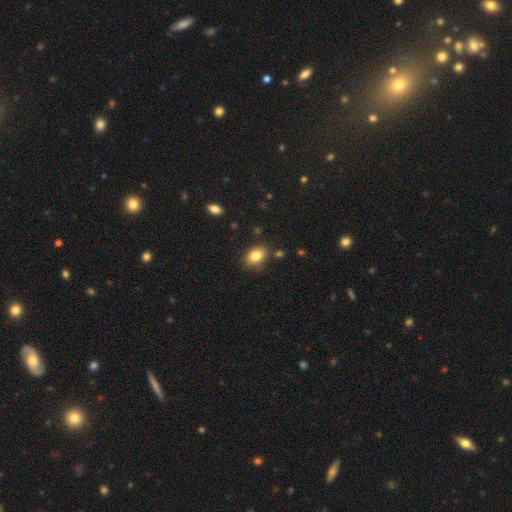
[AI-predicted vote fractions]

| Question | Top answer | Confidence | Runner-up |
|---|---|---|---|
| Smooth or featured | smooth | 83% | star or artifact (9%) |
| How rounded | in between | 79% | round (19%) |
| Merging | none | 81% | minor disturbance (13%) |